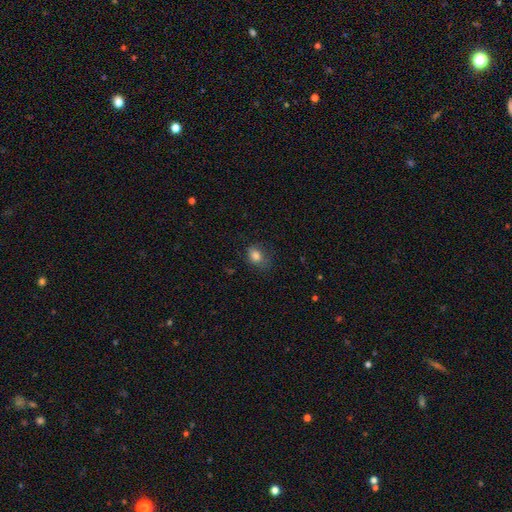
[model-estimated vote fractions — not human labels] A smooth galaxy with no disk features (82%) that is in between round and cigar-shaped (54%).

Vote fractions:
- Smooth or featured? smooth: 82% / star or artifact: 11% / featured or disk: 8%
- How rounded? in between: 54% / round: 45% / cigar-shaped: 1%
- Merging? none: 61% / minor disturbance: 26% / major disturbance: 12% / merger: 1%